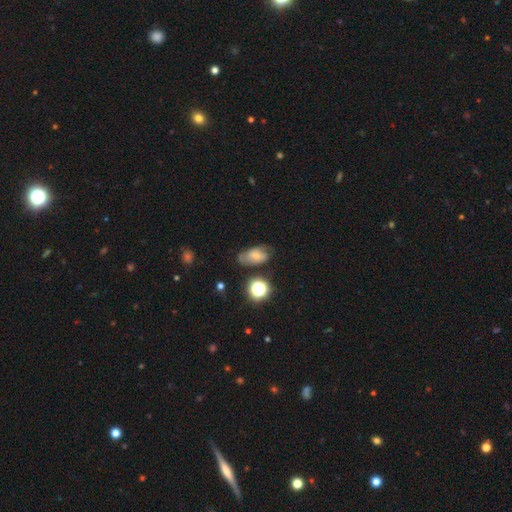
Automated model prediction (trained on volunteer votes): Smooth or featured? Predicted: smooth (p=0.47). Merging? Predicted: none (p=0.57).